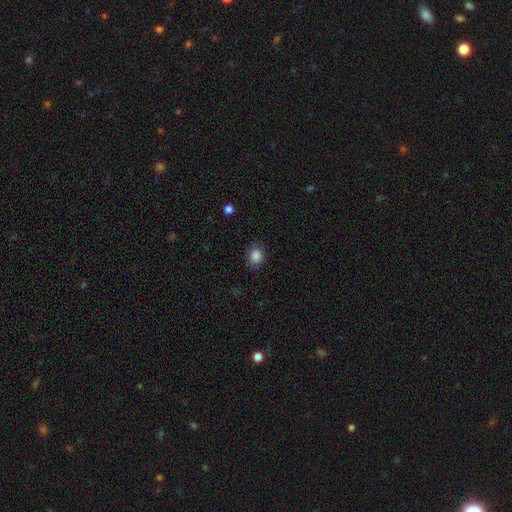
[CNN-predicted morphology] Smooth or featured?
  - smooth: 85% *
  - star or artifact: 10%
  - featured or disk: 5%
How rounded?
  - round: 58% *
  - in between: 41%
  - cigar-shaped: 1%
Merging?
  - none: 83% *
  - minor disturbance: 13%
  - major disturbance: 3%
  - merger: 1%